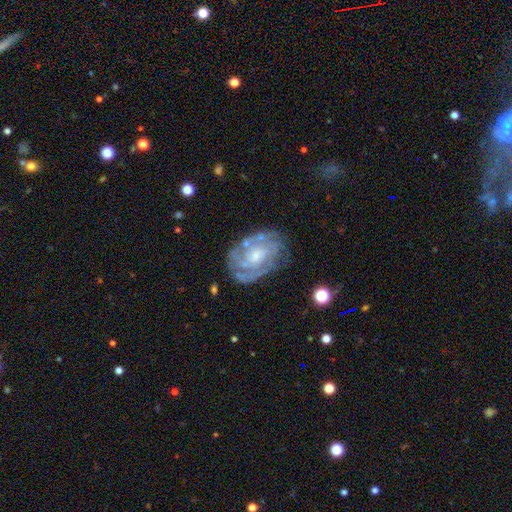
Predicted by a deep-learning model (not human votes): Morphology: type=featured or disk (81%); edge-on=no (97%); bar=no (68%); spiral arms=yes (84%); winding=tight (61%); arm count=can't tell (45%); bulge=small (46%); merging=none (70%).